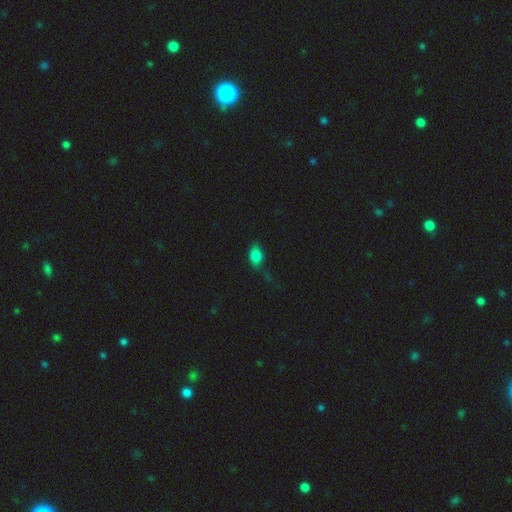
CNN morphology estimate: type=smooth (82%); roundness=in between (83%); merging=none (53%).